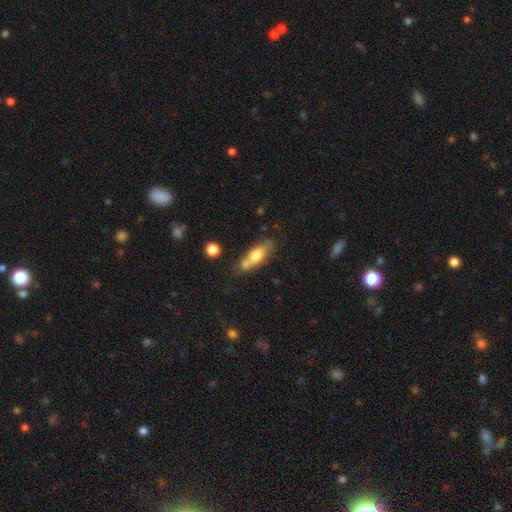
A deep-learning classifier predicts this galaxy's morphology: This is likely a smooth galaxy (66%). How rounded: likely in between (68%). Merging: possibly none (47%).